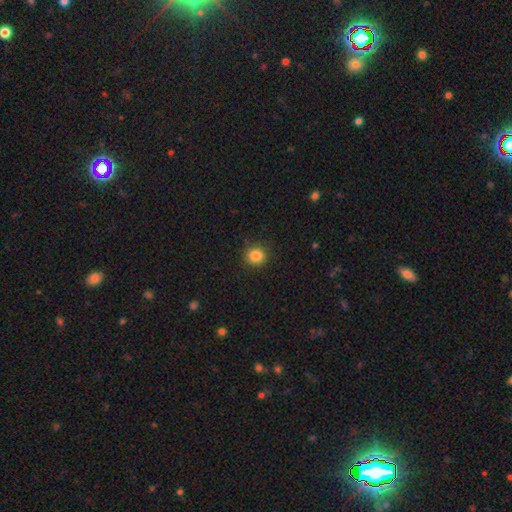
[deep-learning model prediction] This is clearly a smooth galaxy (85%). How rounded: clearly round (89%). Merging: clearly none (90%).